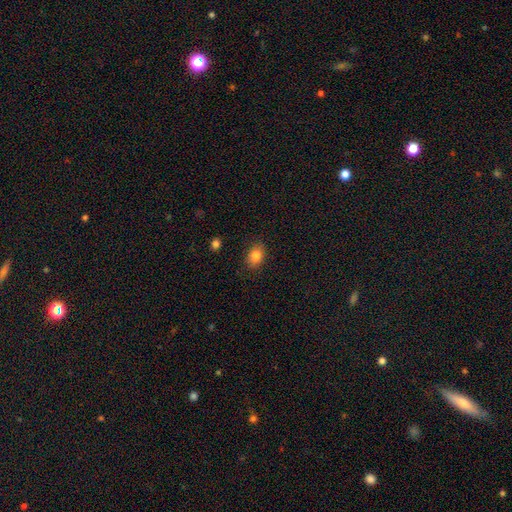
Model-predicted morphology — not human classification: Smooth or featured? Predicted: smooth (p=0.84). How rounded? Predicted: in between (p=0.74). Merging? Predicted: none (p=0.86).